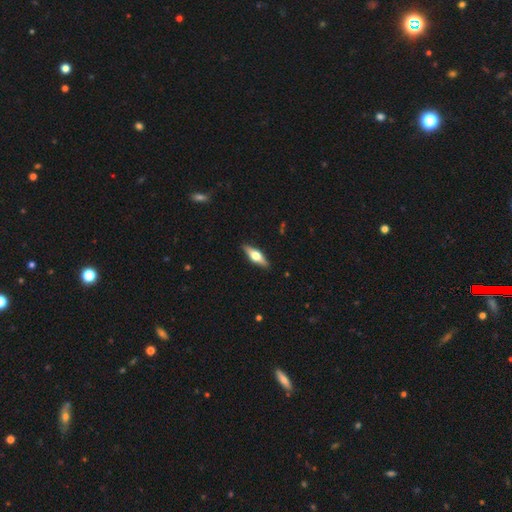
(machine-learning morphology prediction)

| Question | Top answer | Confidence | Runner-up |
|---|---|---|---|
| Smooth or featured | featured or disk | 59% | smooth (35%) |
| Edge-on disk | yes | 94% | no (6%) |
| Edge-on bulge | rounded | 94% | boxy (4%) |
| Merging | none | 89% | minor disturbance (8%) |